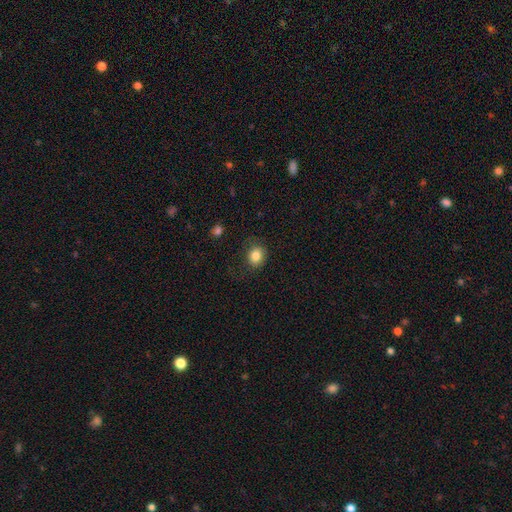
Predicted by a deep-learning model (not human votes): Smooth or featured? smooth (84%)
How rounded? round (67%)
Merging? none (80%)